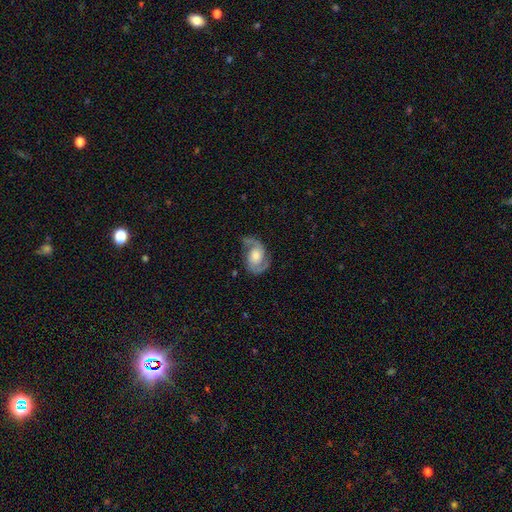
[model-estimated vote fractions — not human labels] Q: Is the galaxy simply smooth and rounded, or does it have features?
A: featured or disk — 87%.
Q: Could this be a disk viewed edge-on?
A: no — 98%.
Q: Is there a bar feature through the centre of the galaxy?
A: no — 65%.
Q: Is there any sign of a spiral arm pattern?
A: yes — 97%.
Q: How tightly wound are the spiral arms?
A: medium — 54%.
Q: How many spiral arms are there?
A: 2 — 92%.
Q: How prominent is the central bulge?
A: moderate — 46%.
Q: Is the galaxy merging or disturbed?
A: none — 71%.